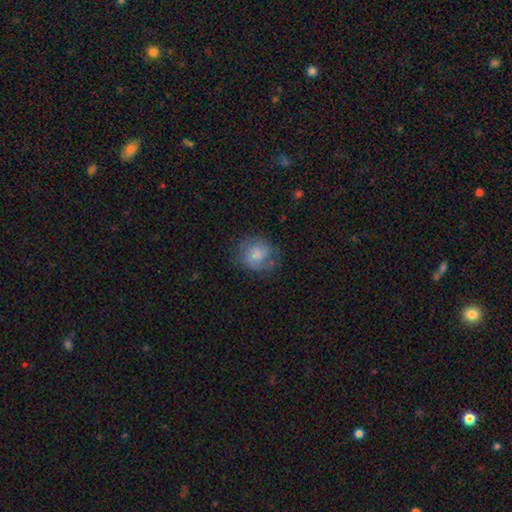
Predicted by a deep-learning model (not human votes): This is likely a smooth galaxy (65%). How rounded: likely round (78%). Merging: likely none (65%).